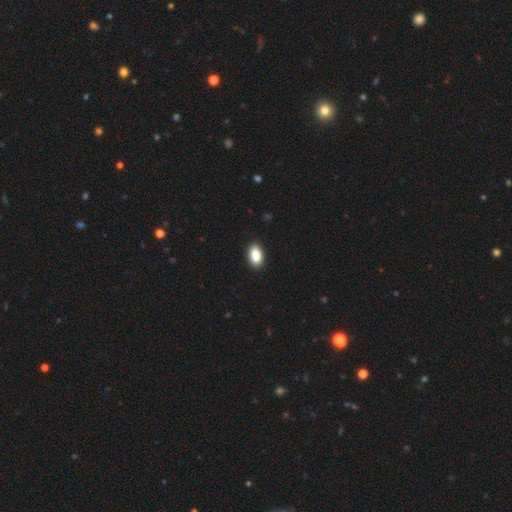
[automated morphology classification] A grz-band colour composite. It shows a smooth galaxy with no disk features (86%) that is in between round and cigar-shaped (90%). Merging: none (91%).